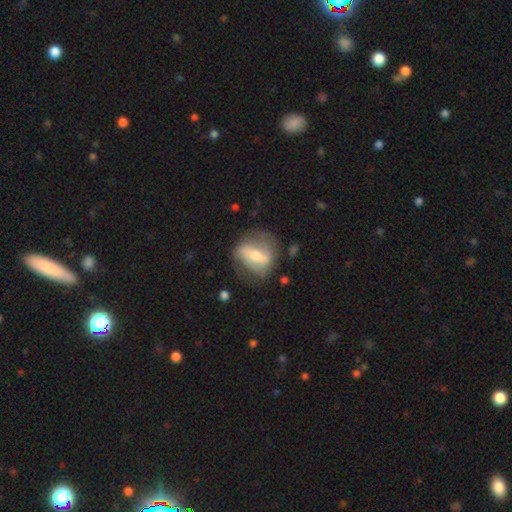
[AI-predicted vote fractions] This appears to be a featured or disk galaxy (62%) with a strong bar (47%), spiral arms (60%) and a moderate central bulge (57%). Merging: none (60%).